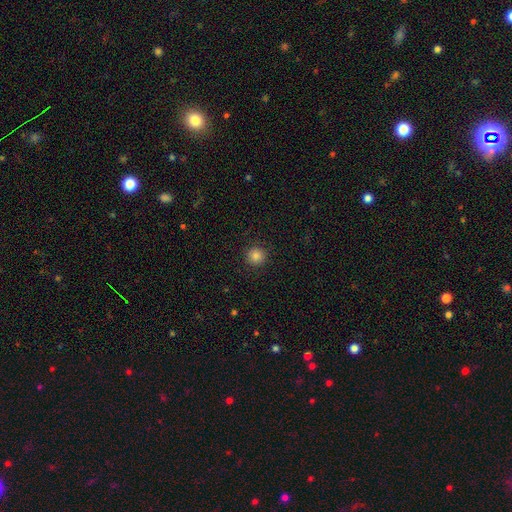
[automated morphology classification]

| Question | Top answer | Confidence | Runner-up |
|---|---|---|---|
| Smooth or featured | smooth | 84% | star or artifact (12%) |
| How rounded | round | 95% | in between (4%) |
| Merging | none | 92% | minor disturbance (5%) |